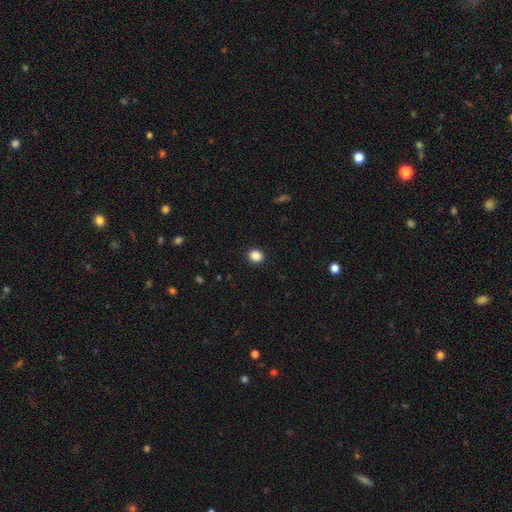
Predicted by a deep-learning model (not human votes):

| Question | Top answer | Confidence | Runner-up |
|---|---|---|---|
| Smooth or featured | smooth | 88% | star or artifact (9%) |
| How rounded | round | 64% | in between (35%) |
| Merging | none | 91% | minor disturbance (6%) |